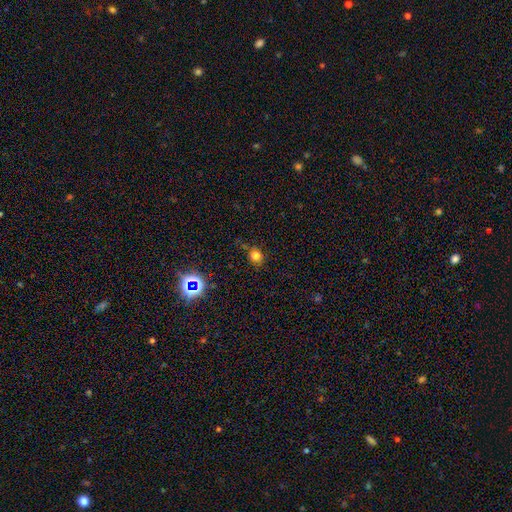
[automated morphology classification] smooth-or-featured: smooth: 73% | star or artifact: 21% | featured or disk: 6%
  how-rounded: round: 82% | in between: 17% | cigar-shaped: 1%
  merging: none: 76% | minor disturbance: 17% | major disturbance: 5% | merger: 3%